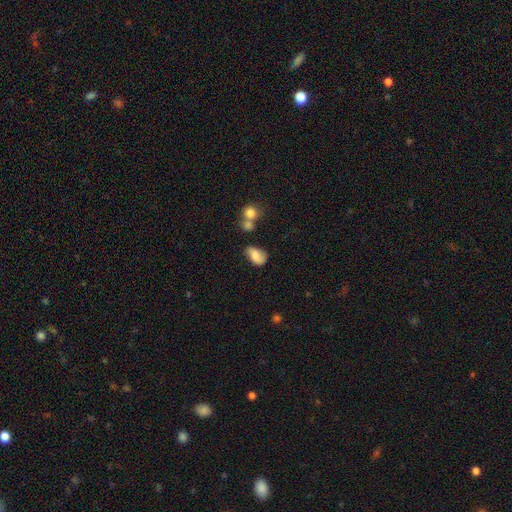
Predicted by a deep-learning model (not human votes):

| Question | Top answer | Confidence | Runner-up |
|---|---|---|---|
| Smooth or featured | smooth | 60% | featured or disk (31%) |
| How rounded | in between | 83% | round (14%) |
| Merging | none | 53% | minor disturbance (27%) |